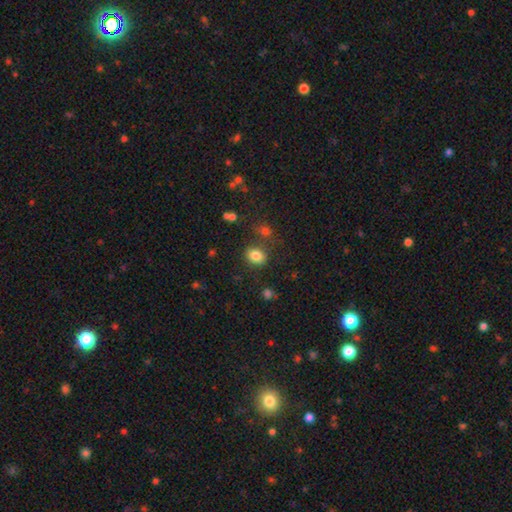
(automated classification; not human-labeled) This is clearly a smooth galaxy (83%). How rounded: possibly in between (56%). Merging: likely none (76%).